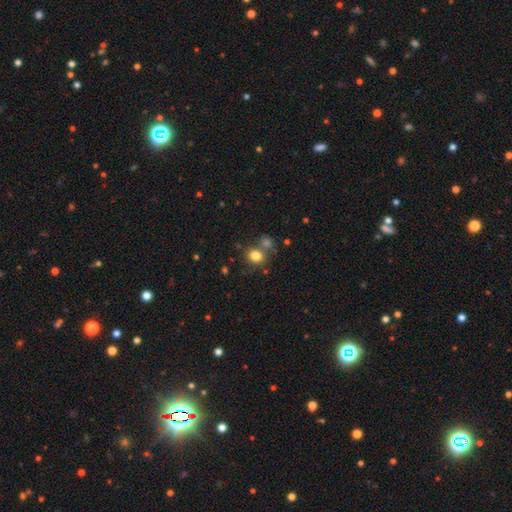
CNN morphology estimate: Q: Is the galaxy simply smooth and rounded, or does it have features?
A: smooth — 80%.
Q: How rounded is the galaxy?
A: round — 74%.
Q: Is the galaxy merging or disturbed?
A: none — 64%.